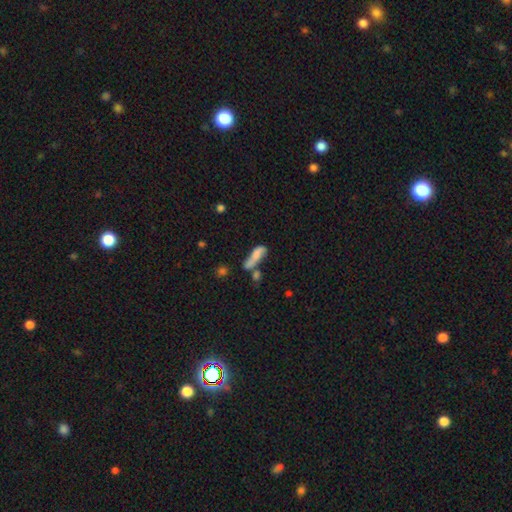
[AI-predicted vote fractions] Smooth or featured: smooth — 65% (featured or disk — 26%)
How rounded: cigar-shaped — 54% (in between — 42%)
Merging: none — 33% (merger — 31%)